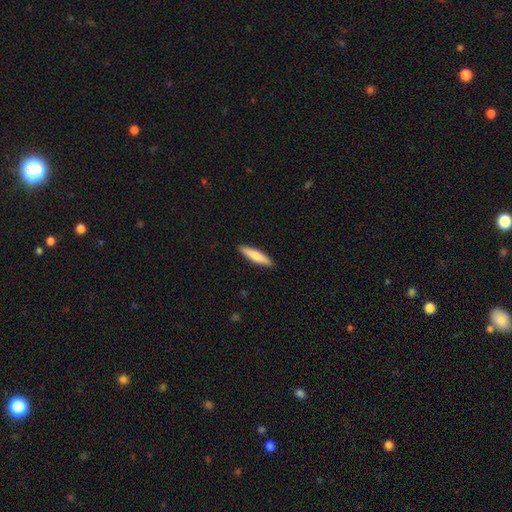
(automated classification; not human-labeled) Smooth or featured? Predicted: smooth (p=0.76). How rounded? Predicted: cigar-shaped (p=0.81). Merging? Predicted: none (p=0.91).